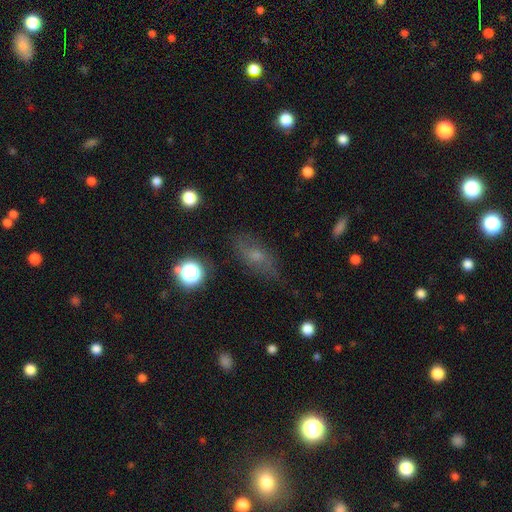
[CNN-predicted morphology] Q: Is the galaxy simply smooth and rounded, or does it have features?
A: smooth — 50%.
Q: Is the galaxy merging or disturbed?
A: none — 71%.